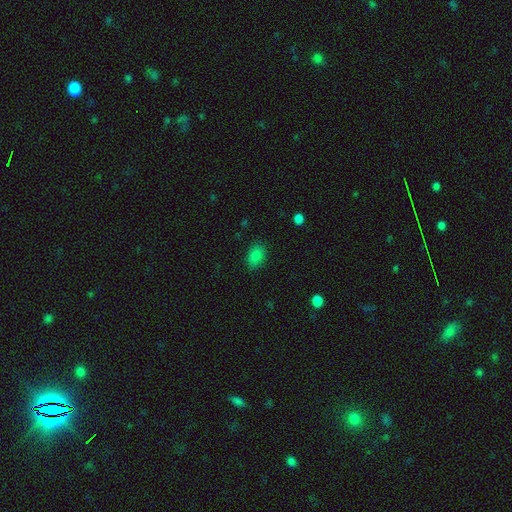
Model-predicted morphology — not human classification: type=smooth (84%); roundness=in between (81%); merging=none (85%).